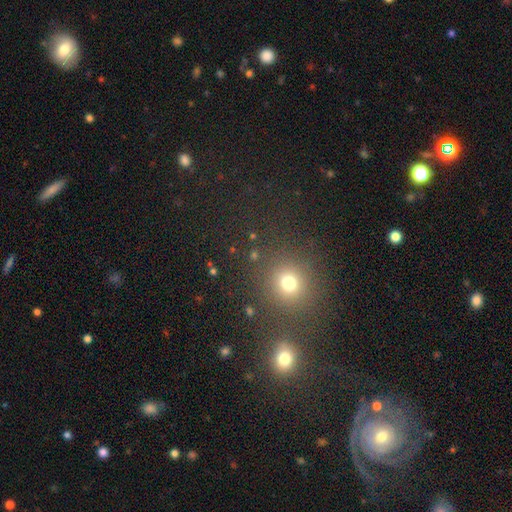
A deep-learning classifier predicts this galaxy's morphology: Q: Smooth or featured?
A: smooth (58%); runner-up: star or artifact (34%)
Q: How rounded?
A: round (89%); runner-up: in between (10%)
Q: Merging?
A: none (78%); runner-up: merger (10%)